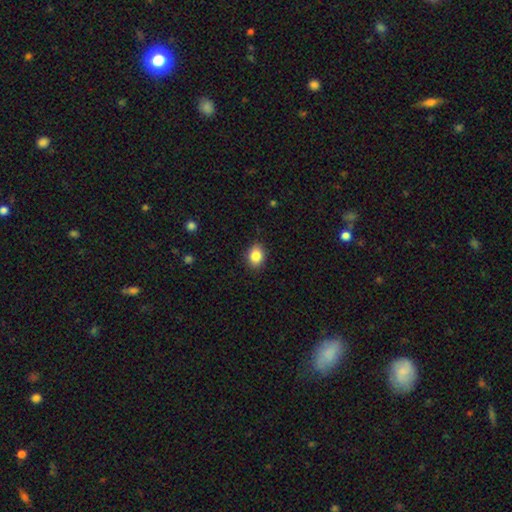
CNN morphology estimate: smooth 86%, star or artifact 9%, featured or disk 6%. Down the decision tree: how rounded — in between (64%); merging — none (88%).